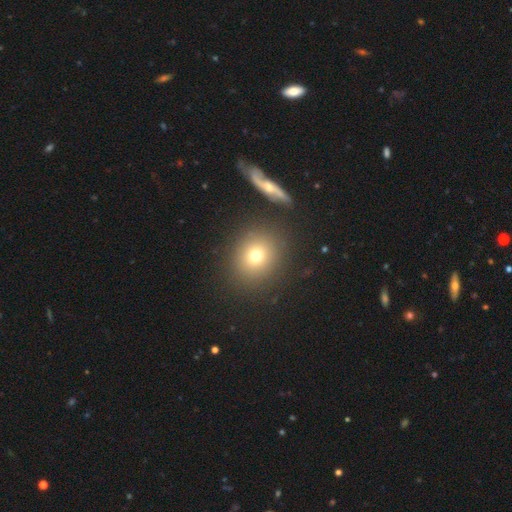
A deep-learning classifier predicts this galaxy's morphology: Overall: smooth (72%). How rounded: round (79%). Merging: none (82%).